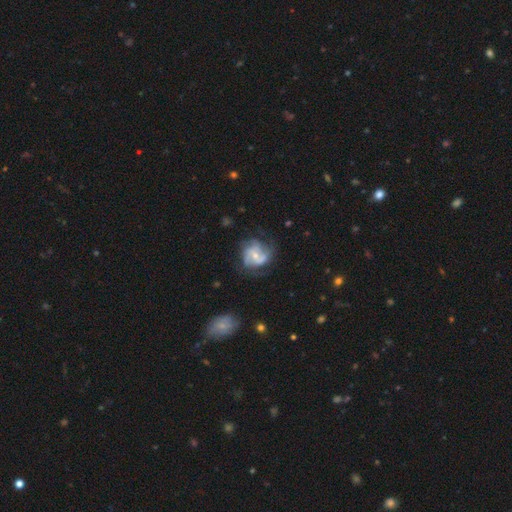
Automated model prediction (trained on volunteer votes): A featured or disk galaxy (72%) with no bar (55%), 2 (33%) medium (46%) spiral arms (86%) and a small central bulge (51%). Merging: none (57%).